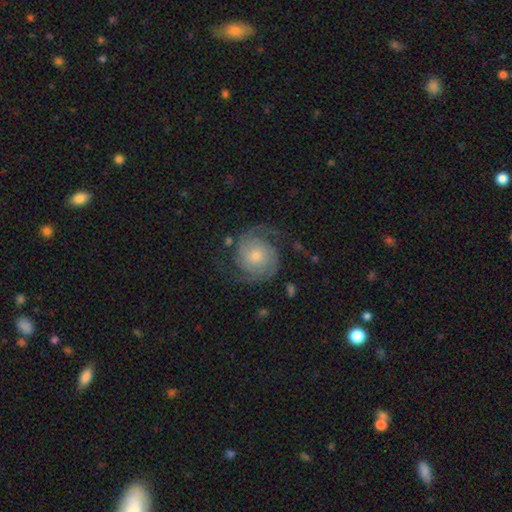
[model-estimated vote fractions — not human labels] A featured or disk galaxy (88%) with no bar (76%), 2 (91%) medium (45%) spiral arms (98%) and a small central bulge (62%). Merging: none (77%).